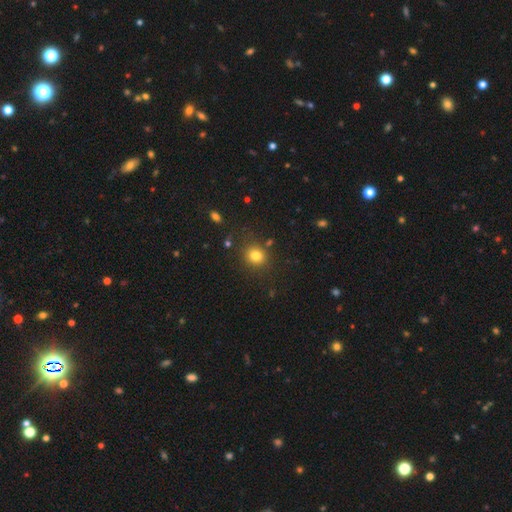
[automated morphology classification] Smooth or featured? smooth (79%)
How rounded? round (80%)
Merging? none (83%)